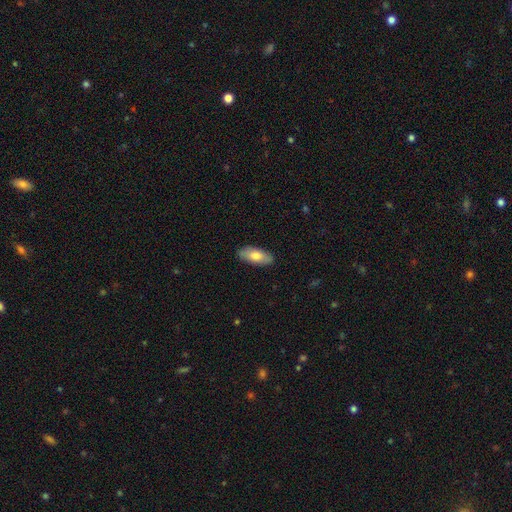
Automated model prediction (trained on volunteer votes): This appears to be a smooth galaxy with no disk features (73%) that is in between round and cigar-shaped (85%). Merging: none (87%).